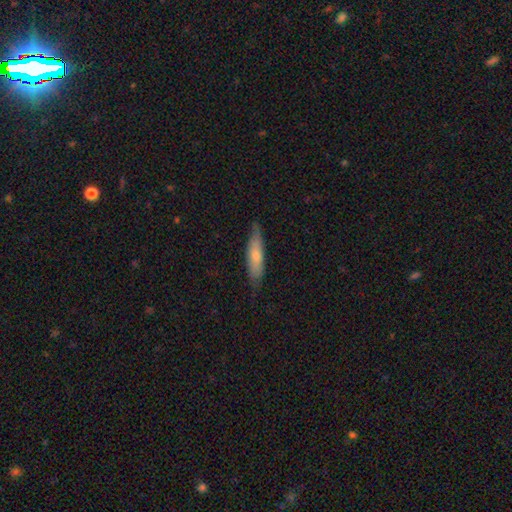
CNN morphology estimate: smooth_or_featured: smooth (p=0.65) [alt: featured or disk p=0.30]
how_rounded: cigar-shaped (p=0.74) [alt: in between p=0.25]
merging: none (p=0.77) [alt: minor disturbance p=0.19]